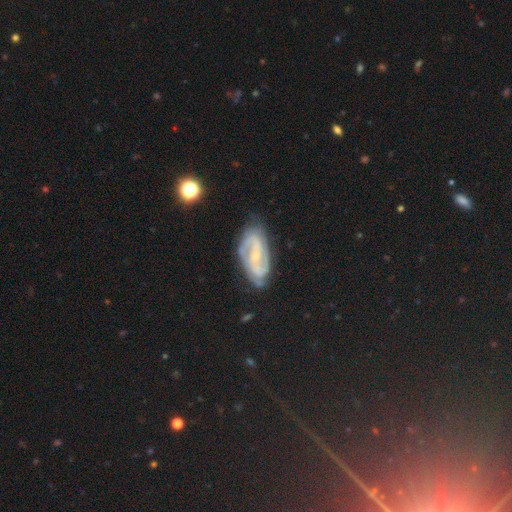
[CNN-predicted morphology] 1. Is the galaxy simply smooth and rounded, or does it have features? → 84% featured or disk, 8% smooth, 8% star or artifact.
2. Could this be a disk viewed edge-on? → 96% no, 4% yes.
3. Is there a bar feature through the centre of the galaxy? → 43% weak, 38% no, 19% strong.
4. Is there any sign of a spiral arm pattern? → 96% yes, 4% no.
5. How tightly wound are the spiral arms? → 47% medium, 39% tight, 15% loose.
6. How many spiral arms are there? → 77% 2, 9% can't tell, 7% 3, 2% 1, 2% 4, 2% more than 4.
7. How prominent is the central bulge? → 69% small, 26% moderate, 3% none, 1% large, 1% dominant.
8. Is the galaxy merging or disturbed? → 76% none, 17% minor disturbance, 5% major disturbance, 2% merger.